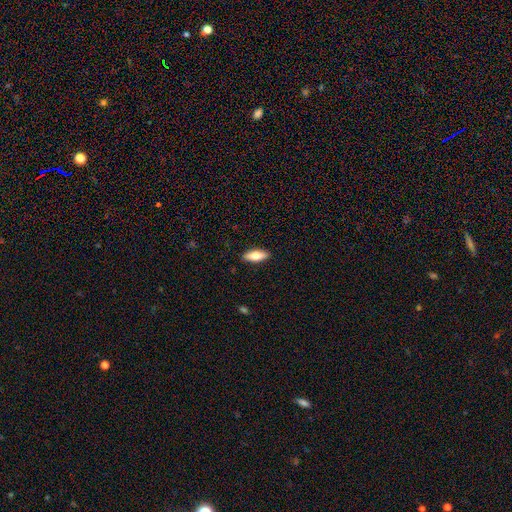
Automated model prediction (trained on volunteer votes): Morphology: type=smooth (75%); roundness=in between (67%); merging=none (89%).